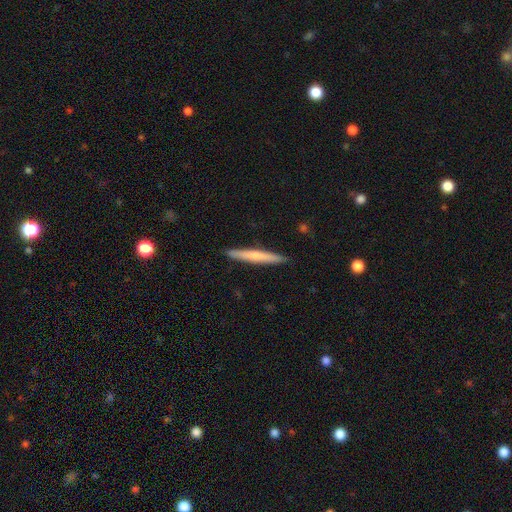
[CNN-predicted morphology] This appears to be a smooth galaxy with no disk features (60%) that is cigar-shaped (96%). Merging: none (91%).